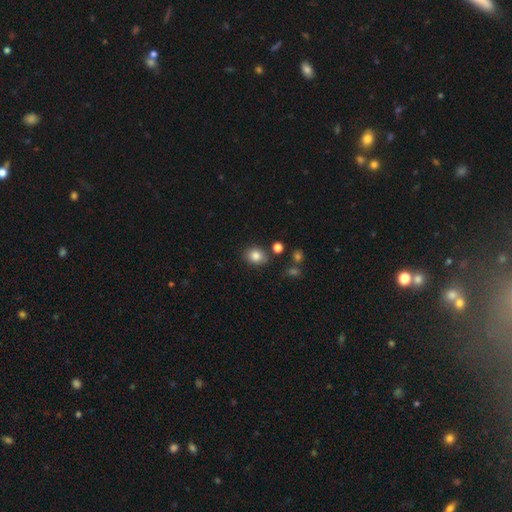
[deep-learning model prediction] Smooth or featured?
  - smooth: 83% *
  - star or artifact: 10%
  - featured or disk: 7%
How rounded?
  - round: 54% *
  - in between: 45%
  - cigar-shaped: 1%
Merging?
  - none: 81% *
  - minor disturbance: 11%
  - merger: 5%
  - major disturbance: 3%